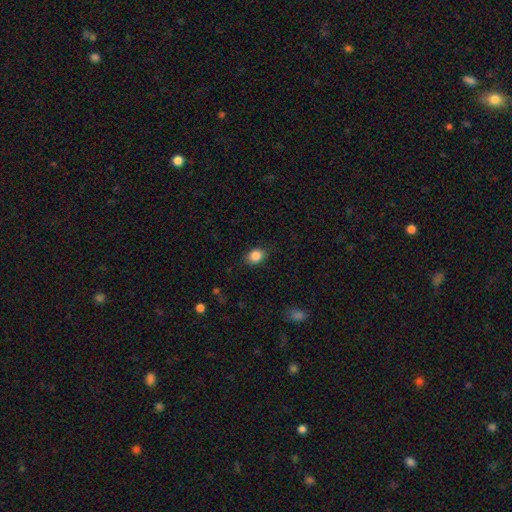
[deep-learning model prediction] Smooth or featured?
  - smooth: 86% *
  - star or artifact: 9%
  - featured or disk: 5%
How rounded?
  - in between: 57% *
  - round: 42%
  - cigar-shaped: 1%
Merging?
  - none: 83% *
  - minor disturbance: 13%
  - major disturbance: 3%
  - merger: 1%